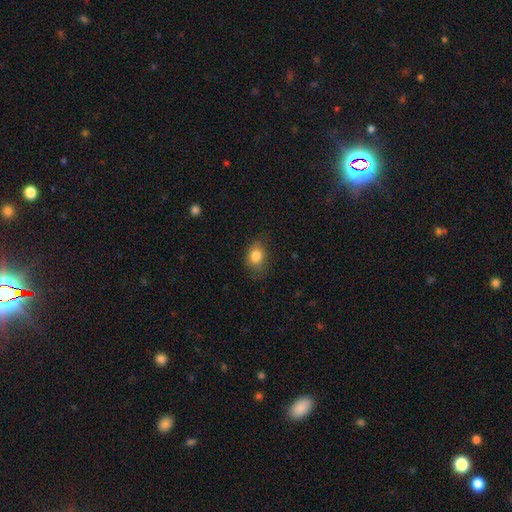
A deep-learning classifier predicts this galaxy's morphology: Smooth or featured?
  - smooth: 82% *
  - star or artifact: 10%
  - featured or disk: 8%
How rounded?
  - in between: 63% *
  - round: 36%
  - cigar-shaped: 1%
Merging?
  - none: 71% *
  - minor disturbance: 22%
  - major disturbance: 6%
  - merger: 1%